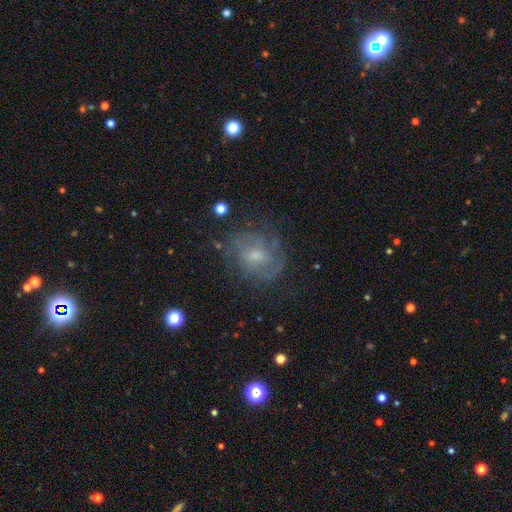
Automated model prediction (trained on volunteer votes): smooth-or-featured: featured or disk: 63% | smooth: 26% | star or artifact: 10%
  disk-edge-on: no: 97% | yes: 3%
    bar: no: 48% | weak: 45% | strong: 7%
    has-spiral-arms: yes: 76% | no: 24%
    bulge-size: moderate: 43% | small: 42% | none: 10% | large: 4% | dominant: 1%
  merging: none: 64% | minor disturbance: 20% | major disturbance: 14% | merger: 2%